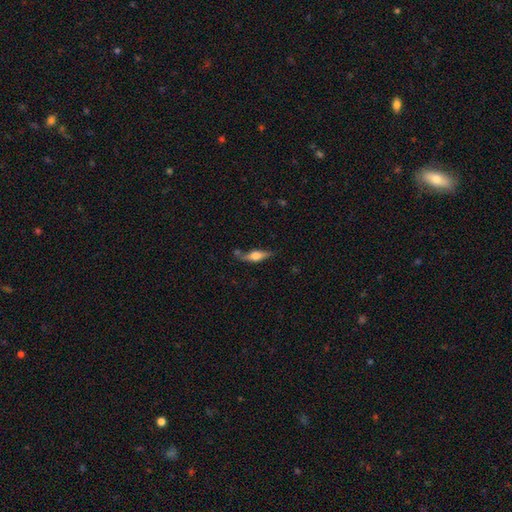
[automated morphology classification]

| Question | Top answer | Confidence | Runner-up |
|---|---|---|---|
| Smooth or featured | featured or disk | 54% | smooth (39%) |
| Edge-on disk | yes | 93% | no (7%) |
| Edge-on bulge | rounded | 88% | boxy (9%) |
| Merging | none | 68% | minor disturbance (18%) |